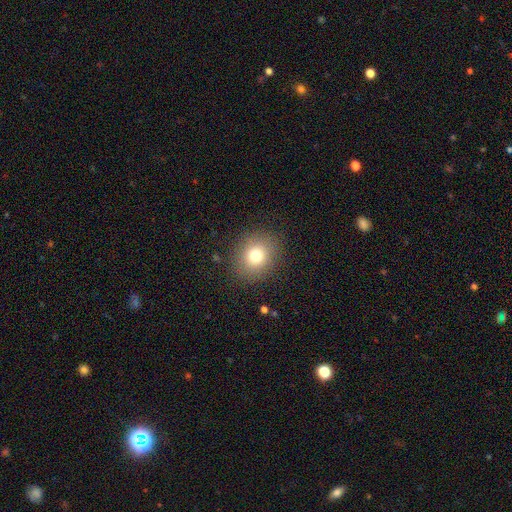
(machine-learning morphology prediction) Smooth or featured?
  - smooth: 78% *
  - star or artifact: 12%
  - featured or disk: 10%
How rounded?
  - round: 73% *
  - in between: 27%
  - cigar-shaped: 1%
Merging?
  - none: 86% *
  - minor disturbance: 9%
  - major disturbance: 4%
  - merger: 1%